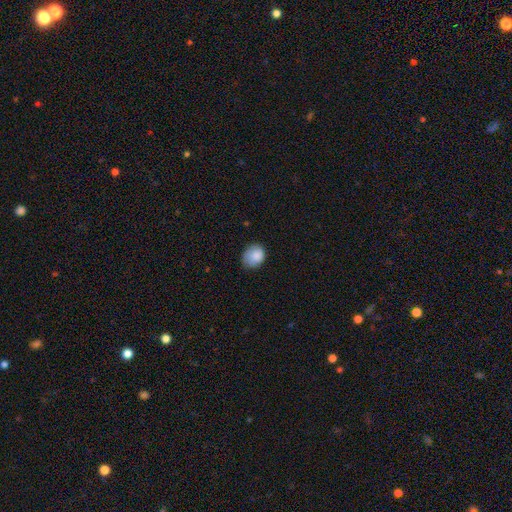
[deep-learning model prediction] smooth-or-featured: smooth: 85% | star or artifact: 7% | featured or disk: 7%
  how-rounded: round: 50% (tied) | in between: 50% (tied) | cigar-shaped: 1%
  merging: none: 64% | minor disturbance: 29% | major disturbance: 6% | merger: 1%